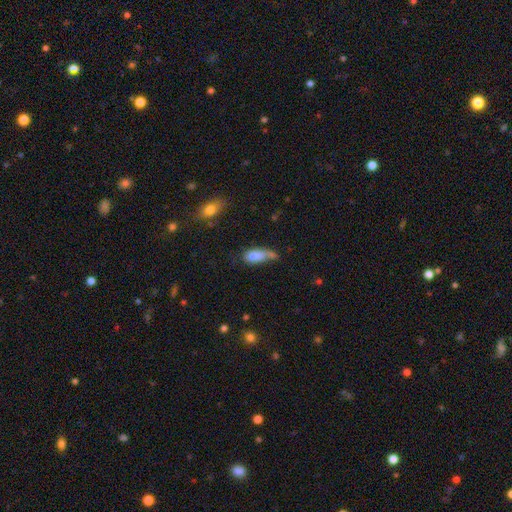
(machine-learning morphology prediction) Q: Smooth or featured?
A: smooth (76%); runner-up: featured or disk (15%)
Q: How rounded?
A: in between (81%); runner-up: cigar-shaped (15%)
Q: Merging?
A: minor disturbance (28%); tied with: none (28%)